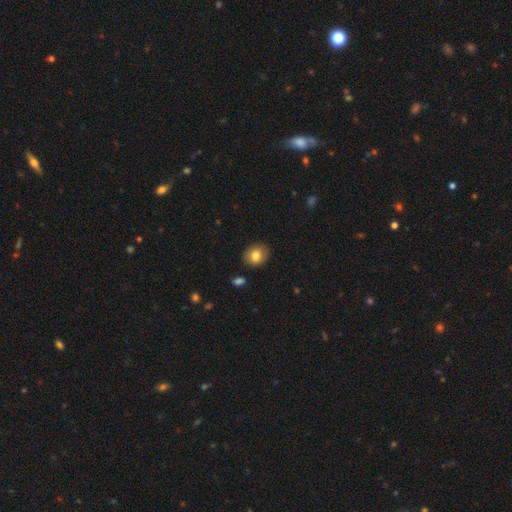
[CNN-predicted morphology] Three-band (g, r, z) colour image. It shows a smooth galaxy with no disk features (80%) that is round (64%). Merging: none (86%).